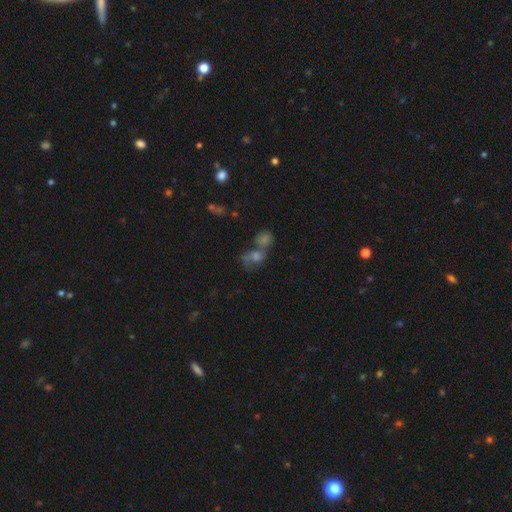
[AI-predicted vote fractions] Overall: featured or disk (39%; smooth 36%). Merging: merger (53%; none 29%).